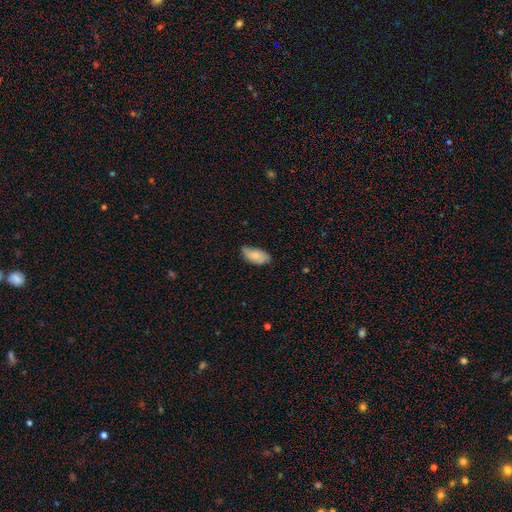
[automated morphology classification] smooth-or-featured: smooth: 77% | featured or disk: 17% | star or artifact: 6%
  how-rounded: in between: 94% | cigar-shaped: 4% | round: 3%
  merging: none: 58% | minor disturbance: 34% | major disturbance: 6% | merger: 2%